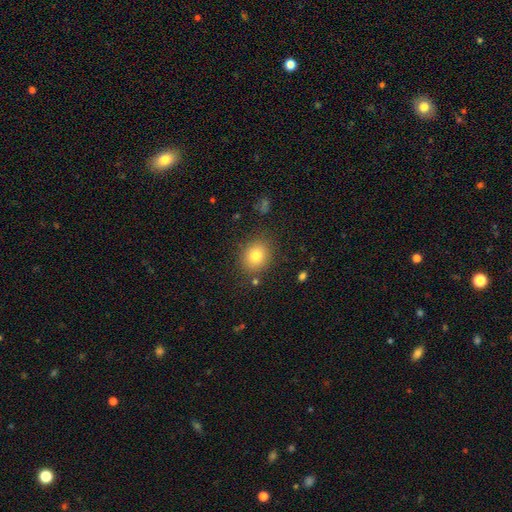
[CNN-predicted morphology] A smooth galaxy with no disk features (80%) that is round (68%). Merging: none (84%).